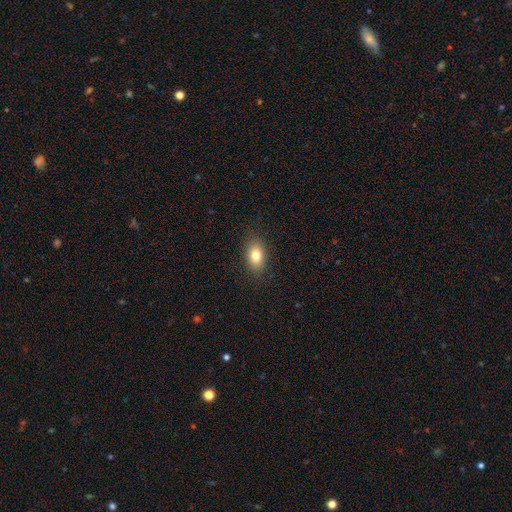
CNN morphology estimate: Smooth or featured: smooth — 79% (featured or disk — 11%)
How rounded: in between — 86% (round — 11%)
Merging: none — 87% (minor disturbance — 9%)